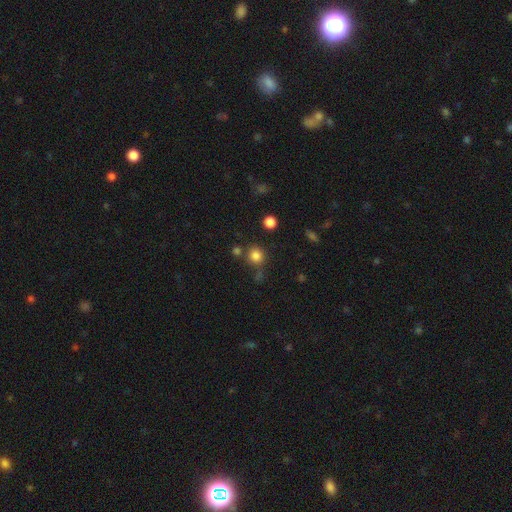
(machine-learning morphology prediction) Q: Smooth or featured?
A: smooth (81%); runner-up: star or artifact (13%)
Q: How rounded?
A: round (91%); runner-up: in between (8%)
Q: Merging?
A: none (74%); runner-up: minor disturbance (11%)